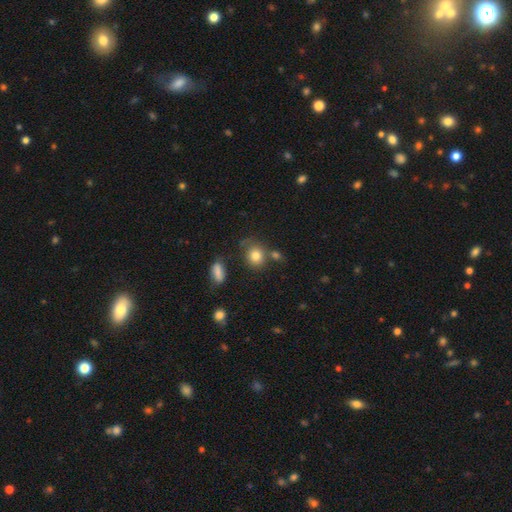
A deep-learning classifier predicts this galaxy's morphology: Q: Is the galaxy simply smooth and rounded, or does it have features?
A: smooth — 81%.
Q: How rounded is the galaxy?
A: round — 72%.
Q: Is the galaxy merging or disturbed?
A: none — 62%.